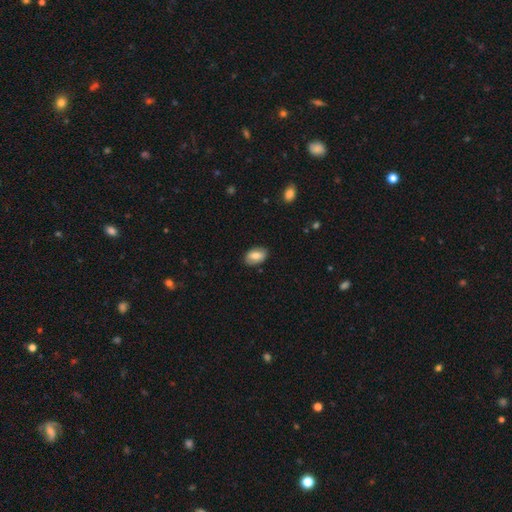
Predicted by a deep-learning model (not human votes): Morphology: type=smooth (76%); roundness=in between (91%); merging=none (84%).